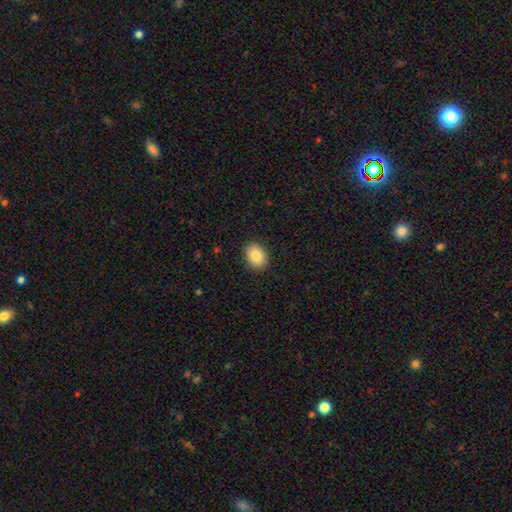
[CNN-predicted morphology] Overall: smooth (85%). How rounded: in between (66%; round 34%). Merging: none (90%).